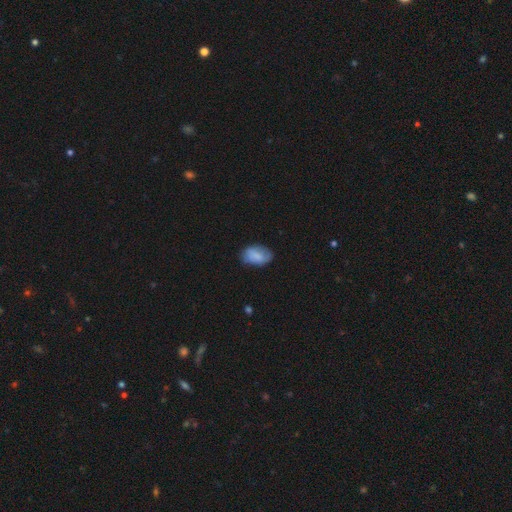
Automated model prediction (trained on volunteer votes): A smooth galaxy with no disk features (75%) that is in between round and cigar-shaped (90%).

Vote fractions:
- Smooth or featured? smooth: 75% / featured or disk: 18% / star or artifact: 7%
- How rounded? in between: 90% / round: 9% / cigar-shaped: 1%
- Merging? none: 68% / minor disturbance: 25% / major disturbance: 6% / merger: 1%